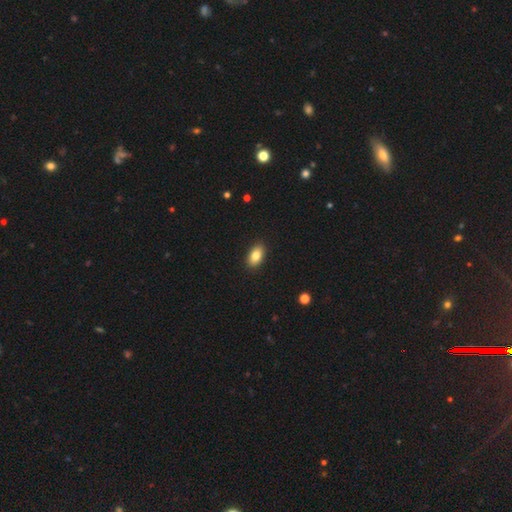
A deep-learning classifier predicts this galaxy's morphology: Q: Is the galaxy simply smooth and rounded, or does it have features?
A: smooth — 84%.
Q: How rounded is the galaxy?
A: in between — 91%.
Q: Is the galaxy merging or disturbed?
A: none — 90%.